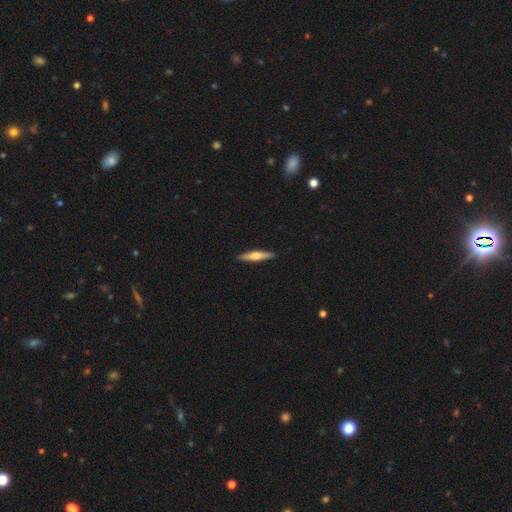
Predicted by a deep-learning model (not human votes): The model was most divided on "smooth or featured": featured or disk: 49%, smooth: 46%, star or artifact: 5%. More confident: merging — none (92%).